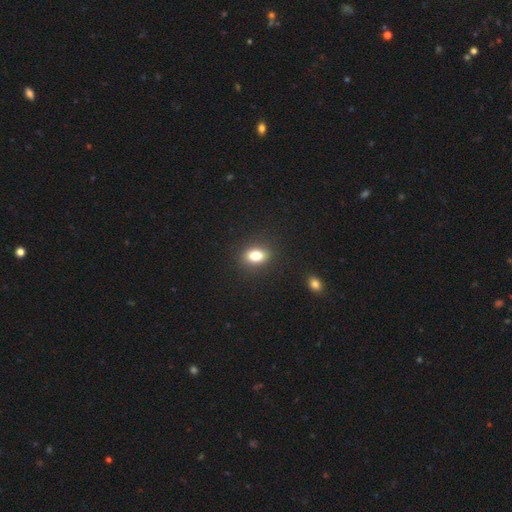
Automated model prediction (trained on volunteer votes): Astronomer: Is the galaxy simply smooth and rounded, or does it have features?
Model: smooth — 82%.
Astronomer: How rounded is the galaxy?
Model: in between — 75%.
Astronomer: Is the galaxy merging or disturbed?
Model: none — 89%.